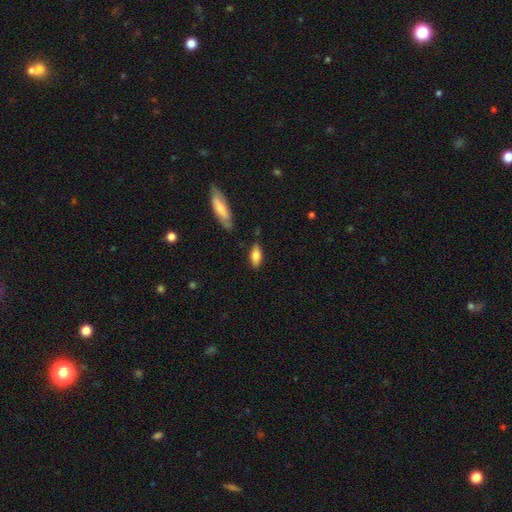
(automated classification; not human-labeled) Smooth or featured? Predicted: smooth (p=0.77). How rounded? Predicted: in between (p=0.79). Merging? Predicted: none (p=0.81).